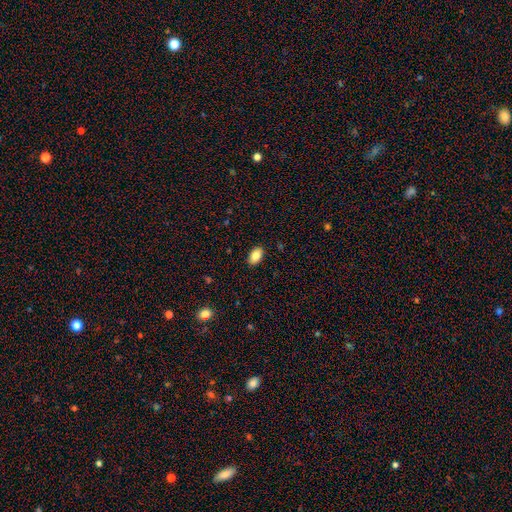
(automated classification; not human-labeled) Smooth or featured? smooth (84%)
How rounded? in between (92%)
Merging? none (89%)